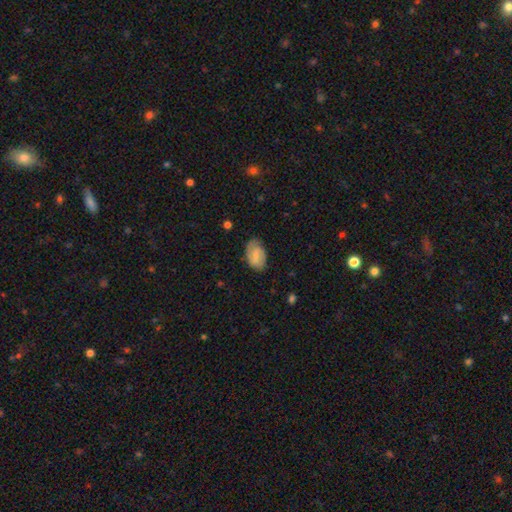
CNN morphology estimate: Q: Smooth or featured?
A: smooth (53%); runner-up: featured or disk (40%)
Q: How rounded?
A: in between (90%); runner-up: round (9%)
Q: Merging?
A: none (70%); runner-up: minor disturbance (23%)